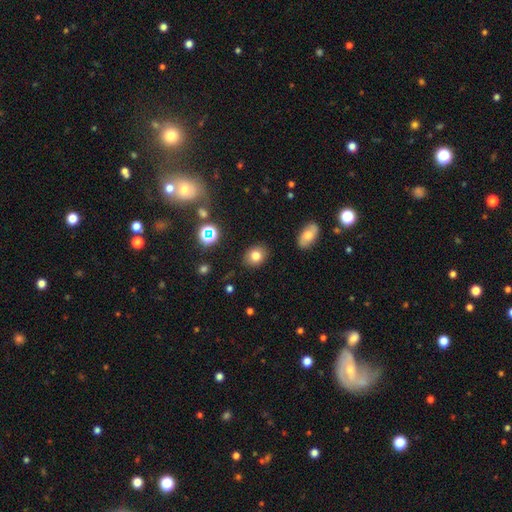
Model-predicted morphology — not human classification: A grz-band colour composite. It shows a smooth galaxy with no disk features (78%) that is in between round and cigar-shaped (51%). Merging: none (86%).